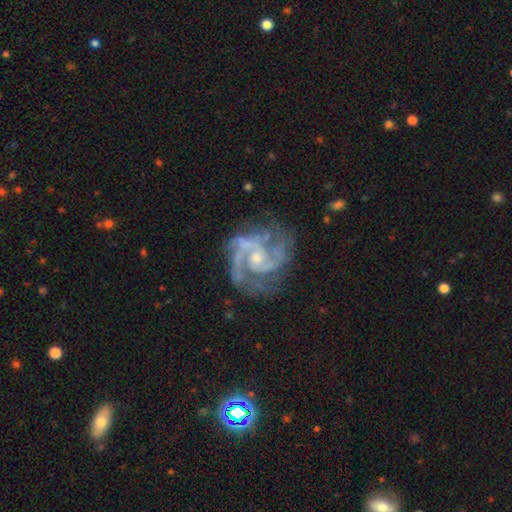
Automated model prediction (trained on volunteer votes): Overall: featured or disk (91%). Edge-on disk: no (98%). Bar: no (58%; weak 34%). Spiral arms: yes (98%). Spiral arm count: 2 (56%; 3 25%). Spiral winding: medium (54%; tight 37%). Bulge size: small (58%; moderate 36%). Merging: none (68%).